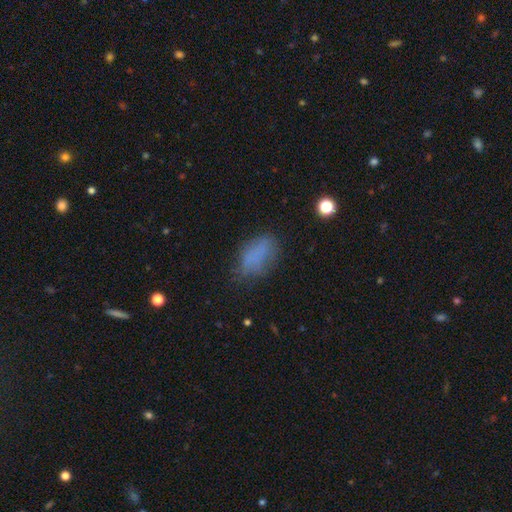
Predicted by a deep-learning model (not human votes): smooth-or-featured: smooth: 76% | star or artifact: 12% | featured or disk: 12%
  how-rounded: in between: 88% | round: 7% | cigar-shaped: 5%
  merging: none: 65% | minor disturbance: 23% | major disturbance: 10% | merger: 2%